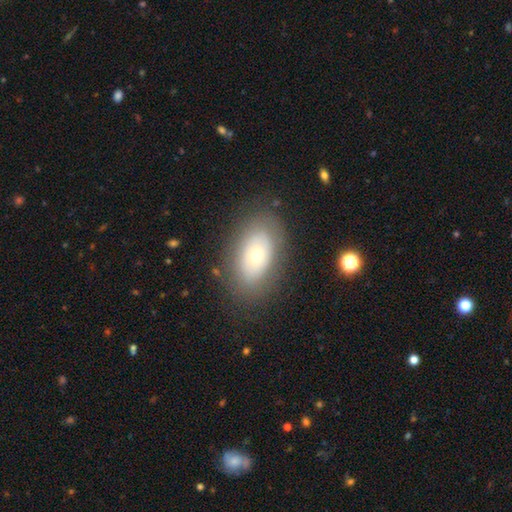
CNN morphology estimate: type=smooth (58%); roundness=in between (86%); merging=none (81%).